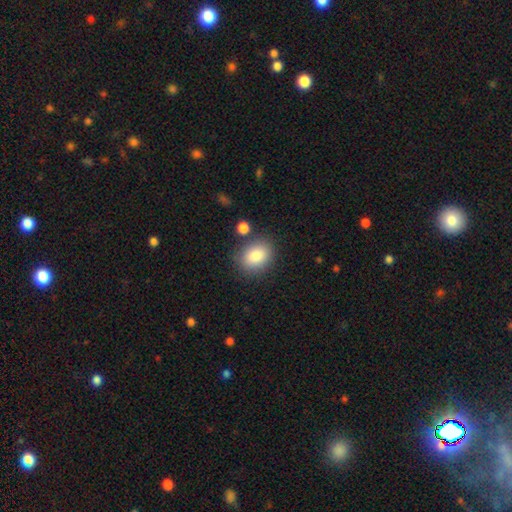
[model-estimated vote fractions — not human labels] Smooth or featured? Predicted: smooth (p=0.86). How rounded? Predicted: in between (p=0.57). Merging? Predicted: none (p=0.77).